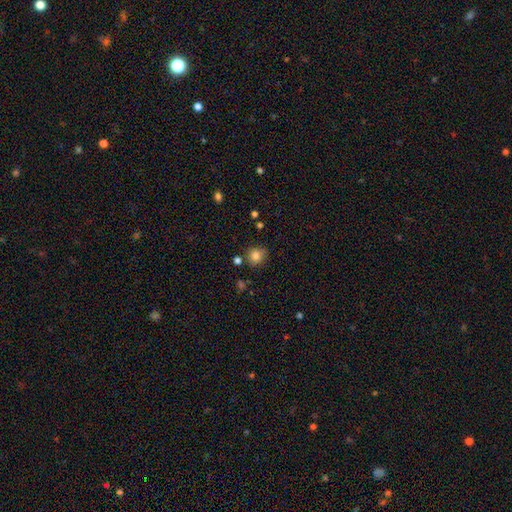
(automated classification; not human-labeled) Smooth or featured?
  - smooth: 82% *
  - star or artifact: 12%
  - featured or disk: 6%
How rounded?
  - round: 86% *
  - in between: 13%
  - cigar-shaped: 1%
Merging?
  - none: 82% *
  - minor disturbance: 11%
  - merger: 4%
  - major disturbance: 3%